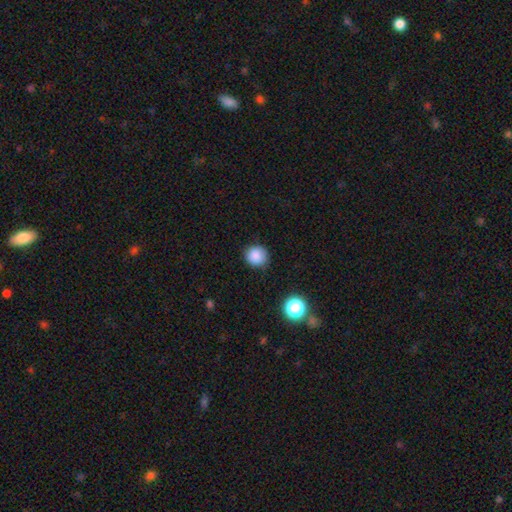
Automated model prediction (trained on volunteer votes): This appears to be a smooth galaxy with no disk features (85%) that is round (90%). Merging: none (85%).